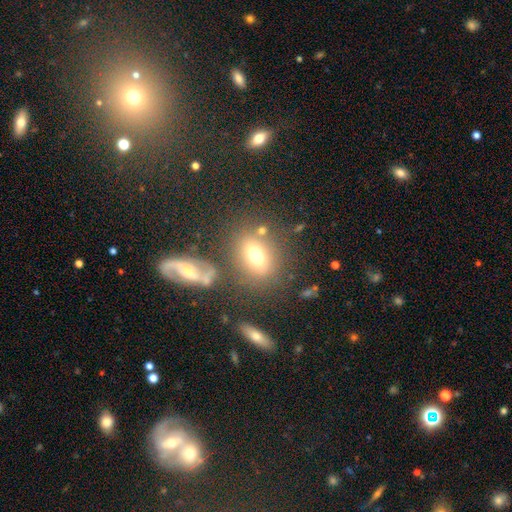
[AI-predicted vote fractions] Smooth or featured? smooth (69%)
How rounded? in between (66%)
Merging? none (67%)